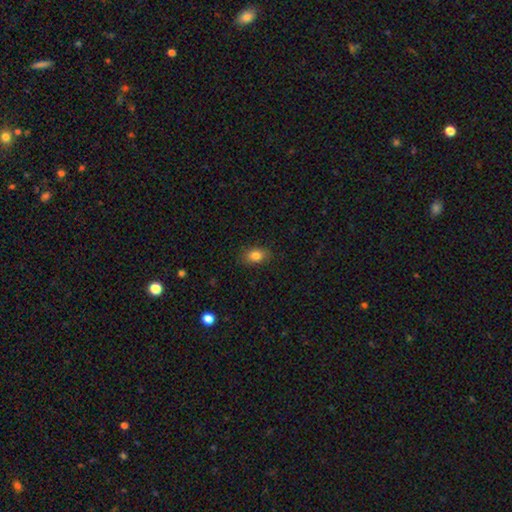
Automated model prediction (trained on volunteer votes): smooth 82%, star or artifact 10%, featured or disk 8%. Down the decision tree: how rounded — in between (76%); merging — none (86%).